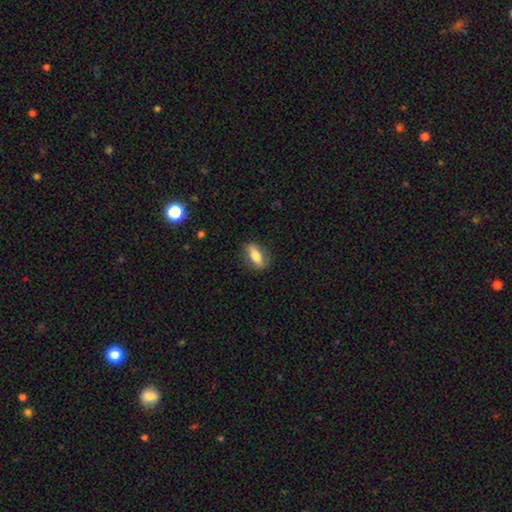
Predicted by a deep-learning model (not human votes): Smooth or featured? smooth (73%)
How rounded? in between (69%)
Merging? none (81%)